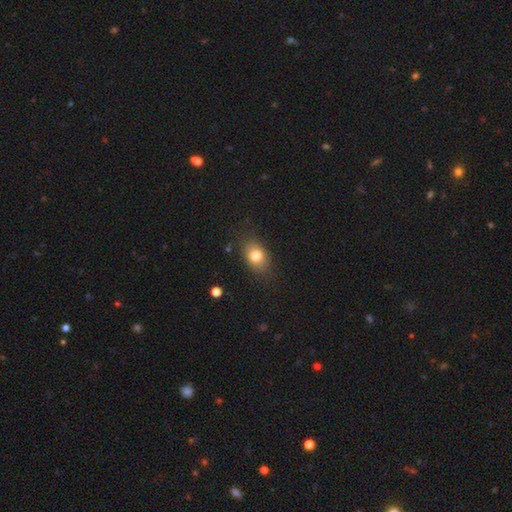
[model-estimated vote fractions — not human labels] A smooth galaxy with no disk features (78%) that is in between round and cigar-shaped (74%). Merging: none (80%).